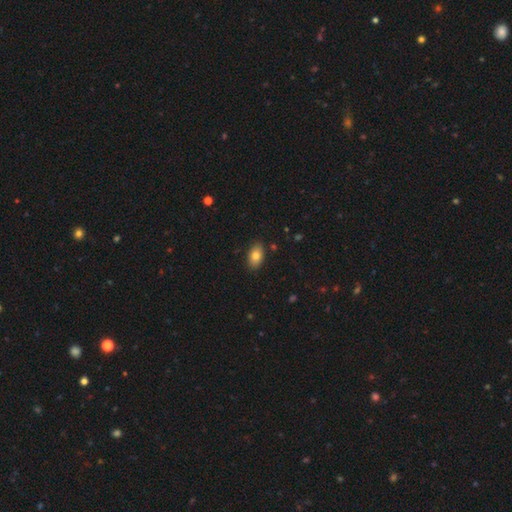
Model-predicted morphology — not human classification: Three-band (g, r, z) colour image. It shows a smooth galaxy with no disk features (79%) that is in between round and cigar-shaped (90%). Merging: none (87%).